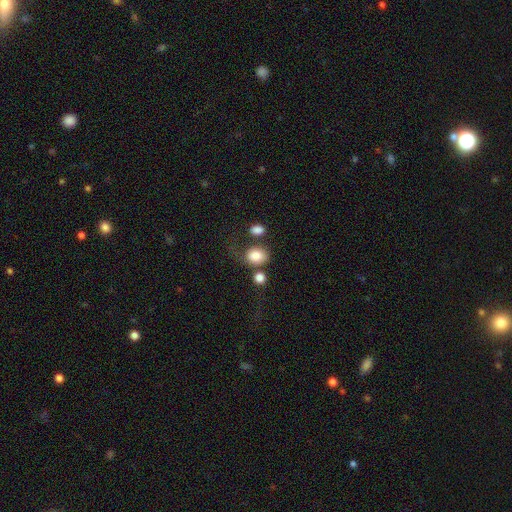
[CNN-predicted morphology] smooth-or-featured: smooth: 84% | star or artifact: 9% | featured or disk: 7%
  how-rounded: round: 53% | in between: 46% | cigar-shaped: 1%
  merging: none: 52% | merger: 20% | minor disturbance: 17% | major disturbance: 12%